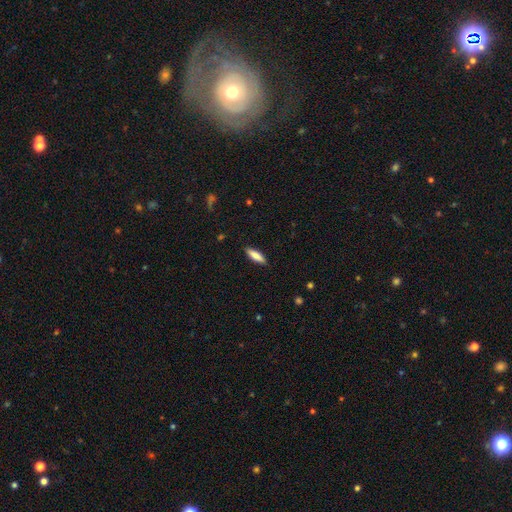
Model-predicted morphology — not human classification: Overall: smooth (80%). How rounded: cigar-shaped (56%; in between 43%). Merging: none (89%).